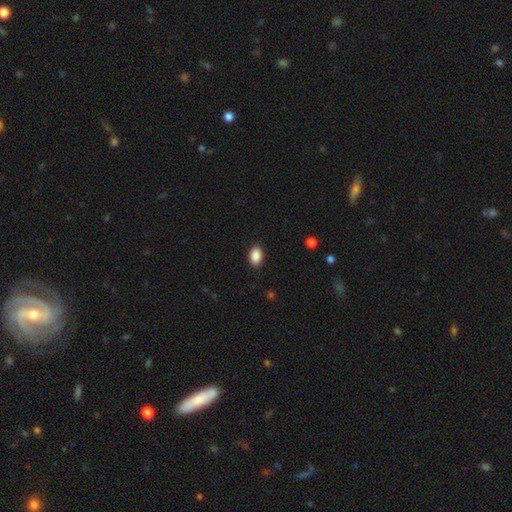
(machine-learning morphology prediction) Smooth or featured?
  - smooth: 89% *
  - star or artifact: 8%
  - featured or disk: 3%
How rounded?
  - in between: 84% *
  - round: 15%
  - cigar-shaped: 1%
Merging?
  - none: 89% *
  - minor disturbance: 8%
  - major disturbance: 2%
  - merger: 1%